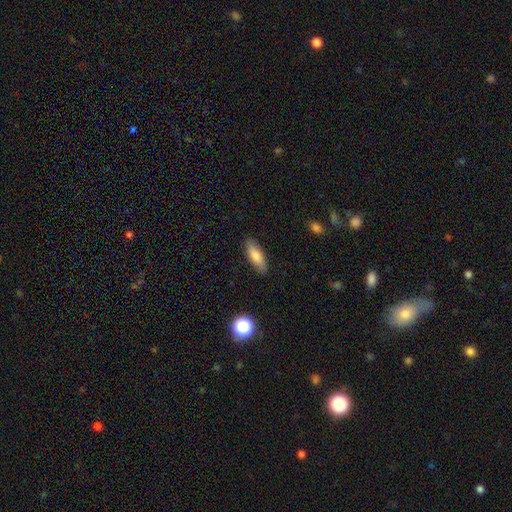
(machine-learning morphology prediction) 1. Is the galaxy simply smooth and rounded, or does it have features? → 78% smooth, 15% featured or disk, 7% star or artifact.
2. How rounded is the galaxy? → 61% in between, 37% cigar-shaped, 2% round.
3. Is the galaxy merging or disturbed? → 87% none, 10% minor disturbance, 2% major disturbance, 1% merger.